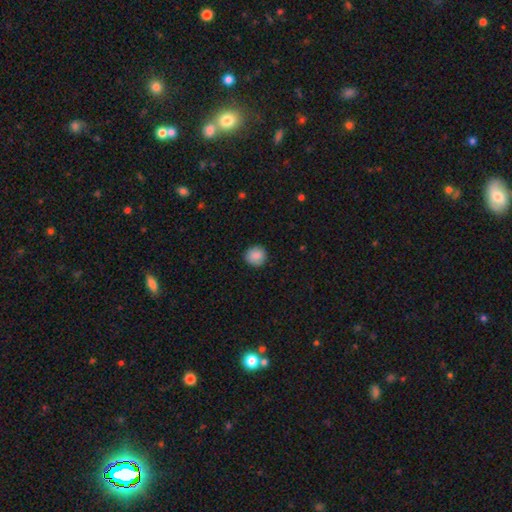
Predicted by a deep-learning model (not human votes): smooth-or-featured: smooth: 88% | star or artifact: 8% | featured or disk: 4%
  how-rounded: round: 91% | in between: 8% | cigar-shaped: 1%
  merging: none: 88% | minor disturbance: 9% | major disturbance: 2% | merger: 1%